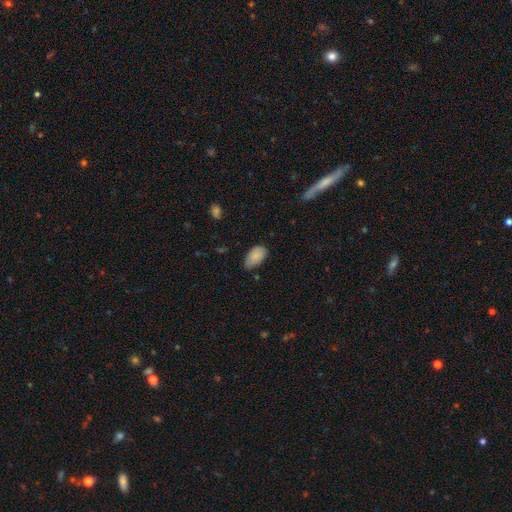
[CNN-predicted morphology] A smooth galaxy with no disk features (86%) that is in between round and cigar-shaped (94%). Merging: none (64%).